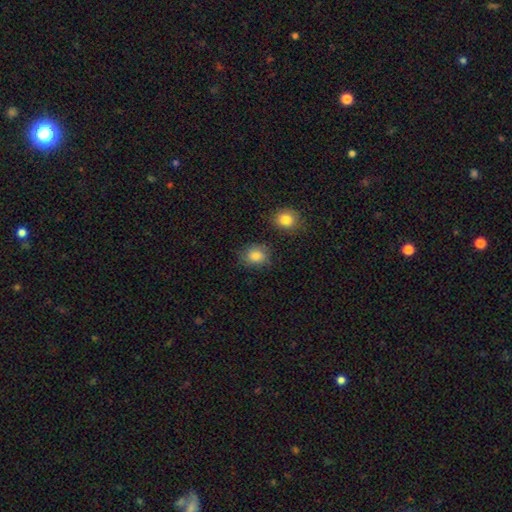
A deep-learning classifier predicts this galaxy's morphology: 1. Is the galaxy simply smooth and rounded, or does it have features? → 86% smooth, 9% star or artifact, 5% featured or disk.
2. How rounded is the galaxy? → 51% in between, 48% round, 1% cigar-shaped.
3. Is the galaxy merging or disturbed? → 76% none, 16% minor disturbance, 4% major disturbance, 4% merger.